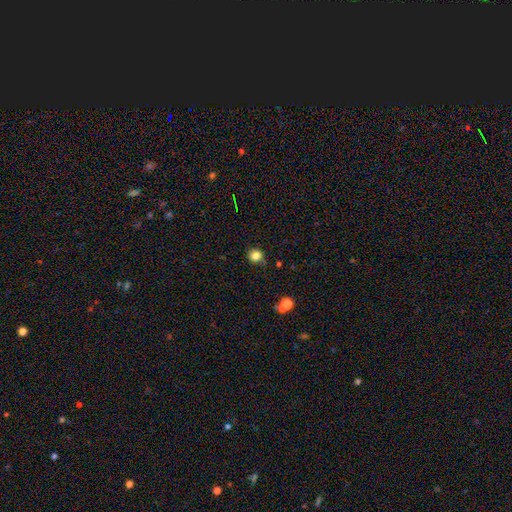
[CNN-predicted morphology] A smooth galaxy with no disk features (82%) that is round (83%).

Vote fractions:
- Smooth or featured? smooth: 82% / star or artifact: 12% / featured or disk: 6%
- How rounded? round: 83% / in between: 16% / cigar-shaped: 1%
- Merging? none: 73% / minor disturbance: 20% / major disturbance: 4% / merger: 3%